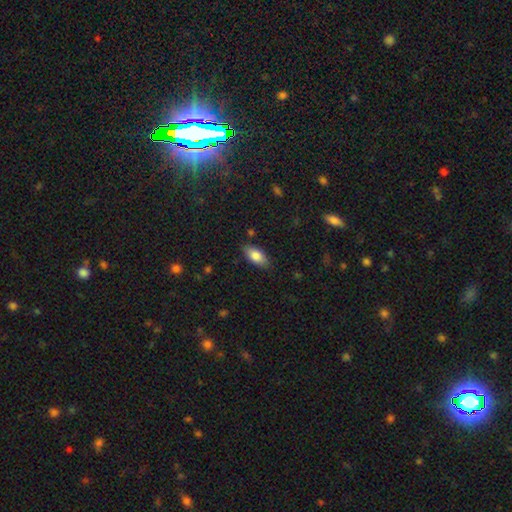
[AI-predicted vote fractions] Q: Smooth or featured?
A: smooth (82%); runner-up: featured or disk (12%)
Q: How rounded?
A: in between (89%); runner-up: cigar-shaped (8%)
Q: Merging?
A: none (85%); runner-up: minor disturbance (11%)